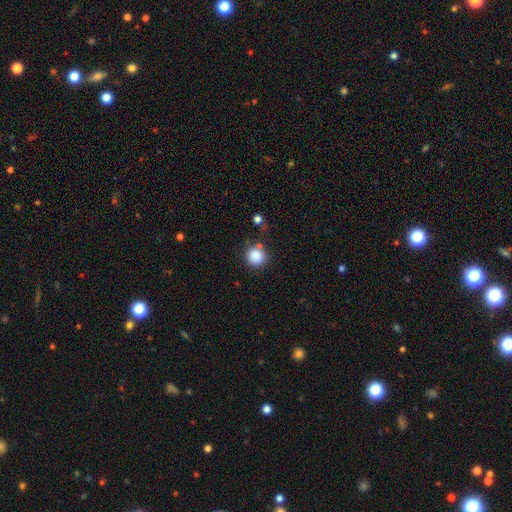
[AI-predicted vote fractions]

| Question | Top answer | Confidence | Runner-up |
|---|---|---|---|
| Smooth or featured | smooth | 86% | star or artifact (9%) |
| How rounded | round | 91% | in between (8%) |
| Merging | none | 71% | minor disturbance (15%) |